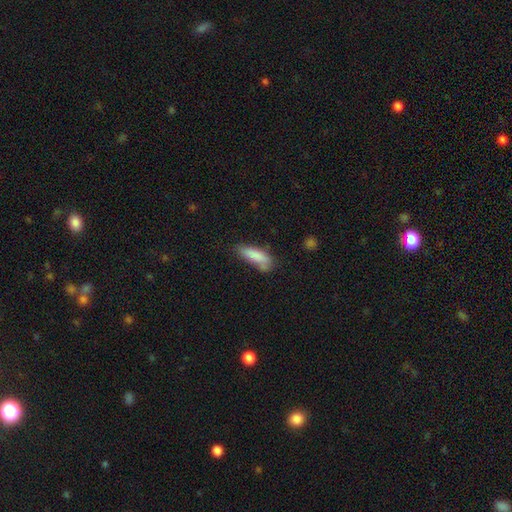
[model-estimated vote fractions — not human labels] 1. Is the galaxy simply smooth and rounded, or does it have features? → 82% smooth, 11% featured or disk, 7% star or artifact.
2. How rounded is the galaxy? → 51% in between, 47% cigar-shaped, 2% round.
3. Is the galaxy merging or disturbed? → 53% none, 30% minor disturbance, 11% major disturbance, 6% merger.